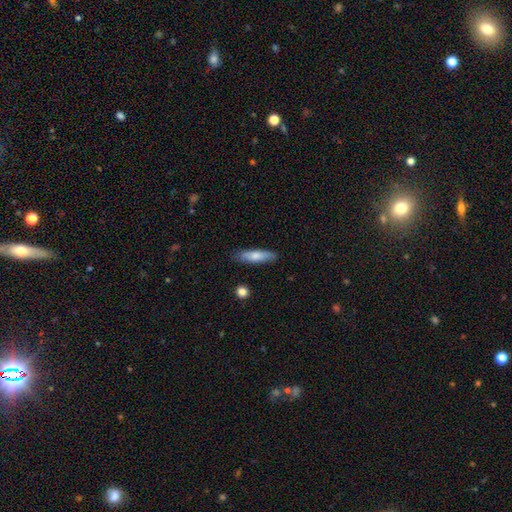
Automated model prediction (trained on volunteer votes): Smooth or featured? Predicted: smooth (p=0.74). How rounded? Predicted: cigar-shaped (p=0.71). Merging? Predicted: none (p=0.85).